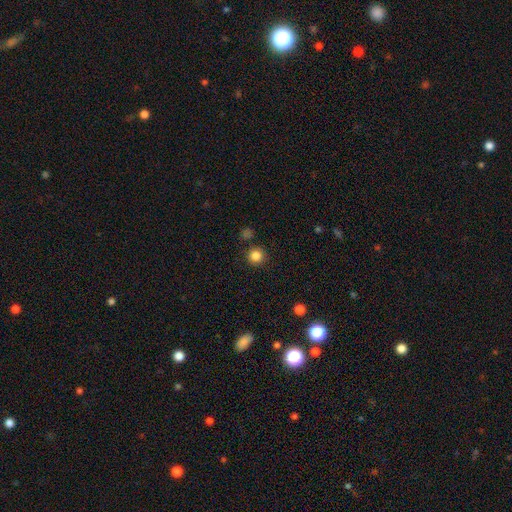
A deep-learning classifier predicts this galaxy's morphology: Smooth or featured: smooth — 84% (star or artifact — 12%)
How rounded: round — 95% (in between — 4%)
Merging: none — 88% (minor disturbance — 6%)